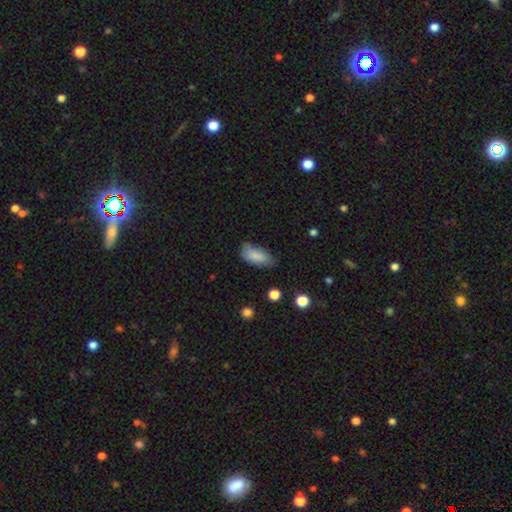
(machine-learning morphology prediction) This is clearly a smooth galaxy (86%). How rounded: clearly in between (88%). Merging: likely none (62%).